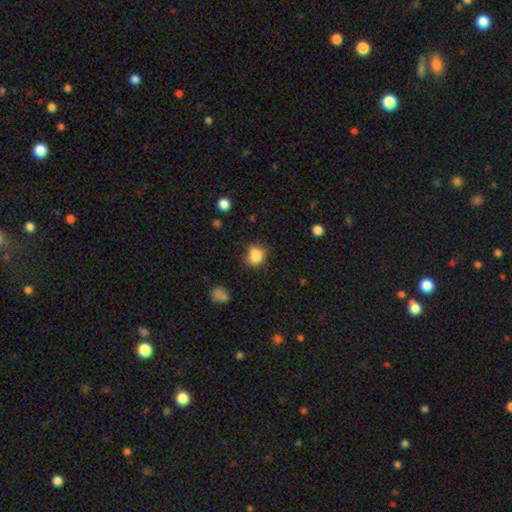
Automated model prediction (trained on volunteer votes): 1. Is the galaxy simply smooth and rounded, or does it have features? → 82% smooth, 11% star or artifact, 7% featured or disk.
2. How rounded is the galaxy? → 60% round, 39% in between, 1% cigar-shaped.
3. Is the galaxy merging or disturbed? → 59% none, 26% minor disturbance, 8% major disturbance, 7% merger.